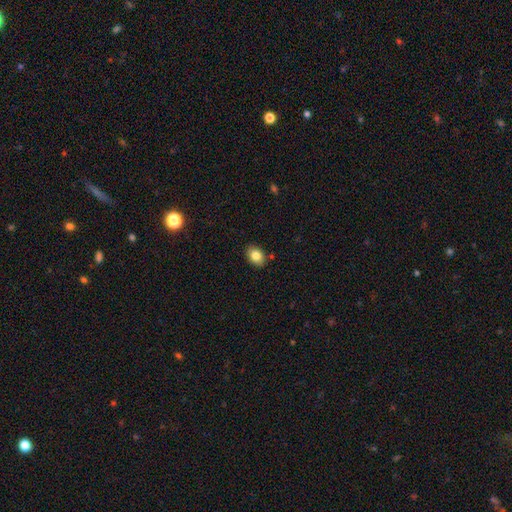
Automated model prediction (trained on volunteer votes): A smooth galaxy with no disk features (82%) that is in between round and cigar-shaped (66%).

Vote fractions:
- Smooth or featured? smooth: 82% / star or artifact: 9% / featured or disk: 9%
- How rounded? in between: 66% / round: 33% / cigar-shaped: 1%
- Merging? none: 87% / minor disturbance: 9% / major disturbance: 2% / merger: 2%